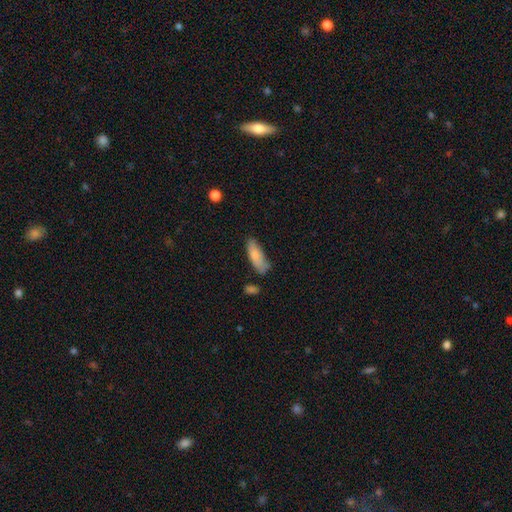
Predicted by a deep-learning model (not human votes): Smooth or featured? smooth (81%)
How rounded? in between (60%)
Merging? none (62%)